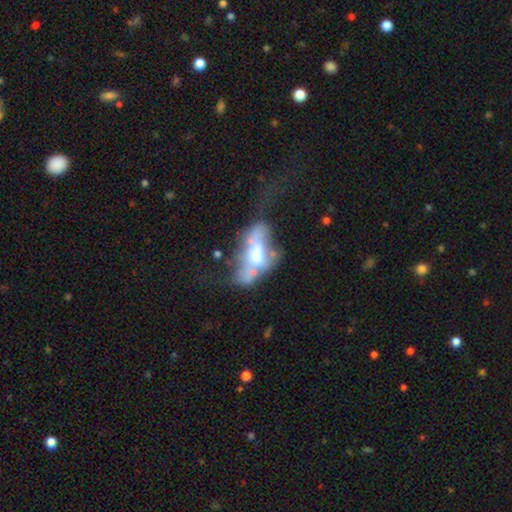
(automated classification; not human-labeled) Morphology: type=featured or disk (55%); edge-on=no (88%); merging=major disturbance (36%).